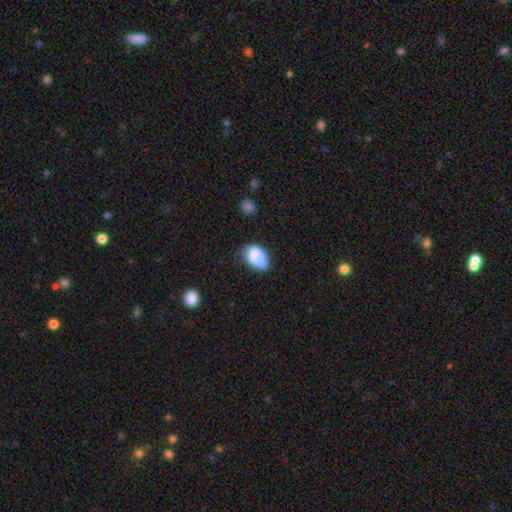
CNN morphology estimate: Smooth or featured?
  - smooth: 81% *
  - featured or disk: 11%
  - star or artifact: 8%
How rounded?
  - in between: 86% *
  - round: 13%
  - cigar-shaped: 1%
Merging?
  - none: 45% *
  - minor disturbance: 39%
  - major disturbance: 12%
  - merger: 4%